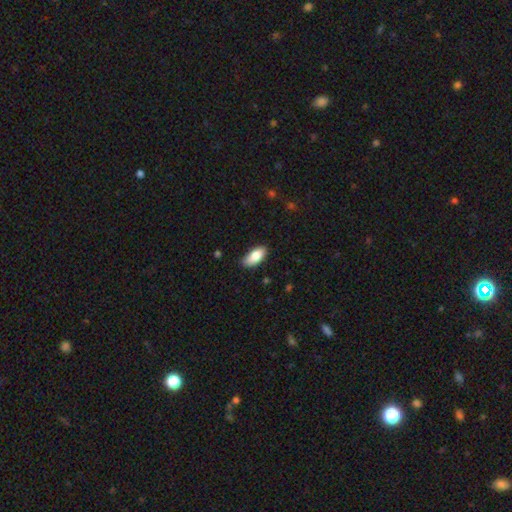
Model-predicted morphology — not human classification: Smooth or featured?
  - smooth: 83% *
  - featured or disk: 11%
  - star or artifact: 6%
How rounded?
  - in between: 90% *
  - cigar-shaped: 8%
  - round: 2%
Merging?
  - none: 77% *
  - minor disturbance: 19%
  - major disturbance: 3%
  - merger: 1%